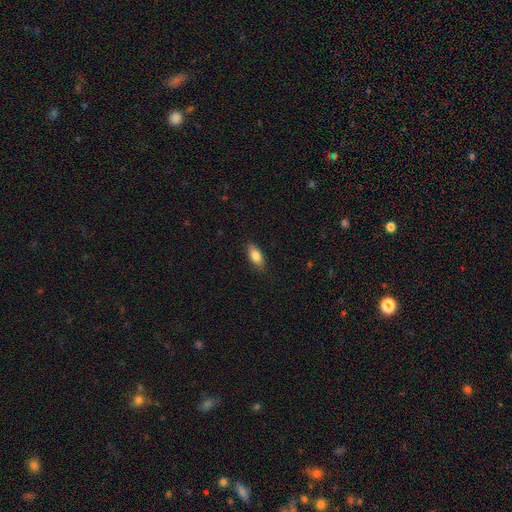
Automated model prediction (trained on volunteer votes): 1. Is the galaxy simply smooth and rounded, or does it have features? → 82% smooth, 11% featured or disk, 7% star or artifact.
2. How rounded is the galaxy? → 84% in between, 13% cigar-shaped, 3% round.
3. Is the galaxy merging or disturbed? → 86% none, 11% minor disturbance, 2% major disturbance, 1% merger.